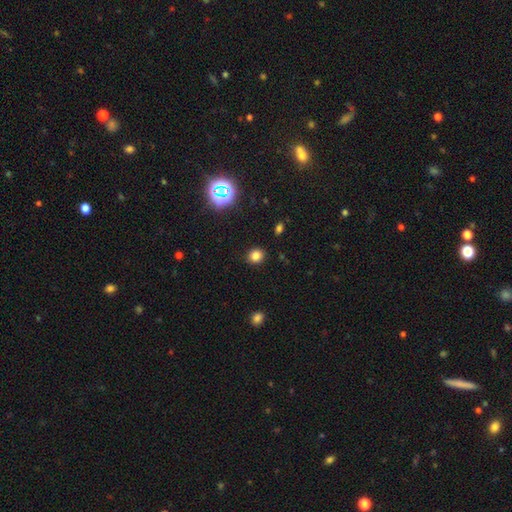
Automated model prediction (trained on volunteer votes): Q: Smooth or featured?
A: smooth (79%); runner-up: star or artifact (16%)
Q: How rounded?
A: round (73%); runner-up: in between (26%)
Q: Merging?
A: none (89%); runner-up: minor disturbance (7%)